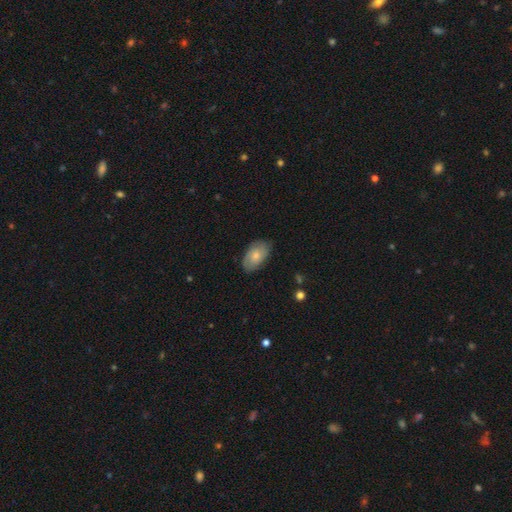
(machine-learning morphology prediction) A smooth galaxy with no disk features (69%) that is in between round and cigar-shaped (93%). Merging: none (78%).